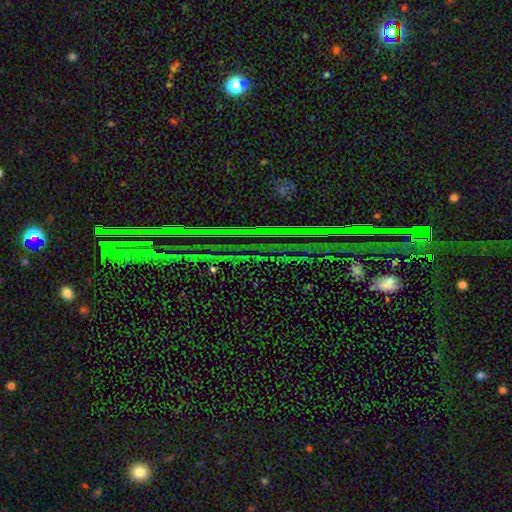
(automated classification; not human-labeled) Q: Smooth or featured?
A: star or artifact (80%); runner-up: featured or disk (10%)